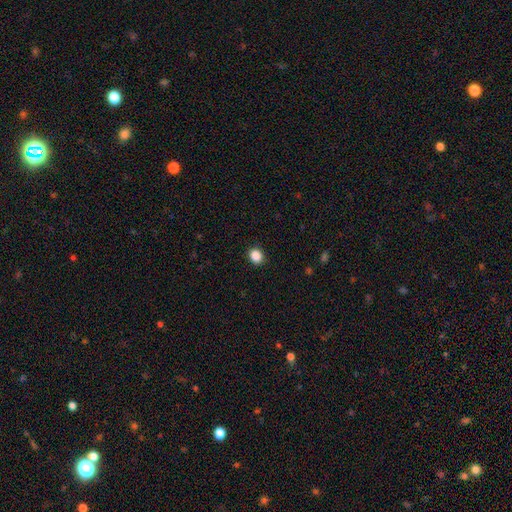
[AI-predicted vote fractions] smooth-or-featured: smooth: 87% | star or artifact: 10% | featured or disk: 3%
  how-rounded: round: 66% | in between: 33% | cigar-shaped: 1%
  merging: none: 91% | minor disturbance: 6% | major disturbance: 2% | merger: 1%